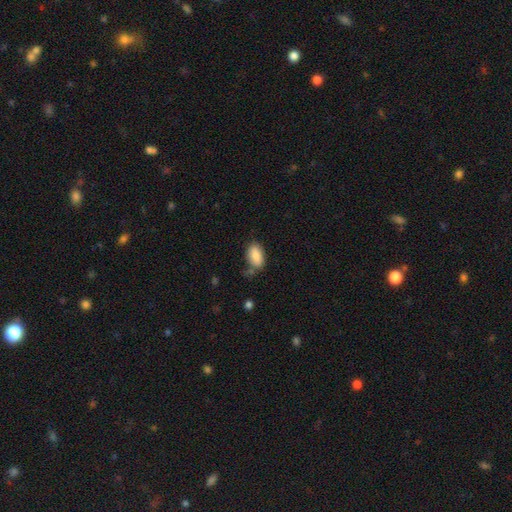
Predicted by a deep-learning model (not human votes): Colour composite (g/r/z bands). It shows a smooth galaxy with no disk features (83%) that is in between round and cigar-shaped (92%). Merging: none (70%).